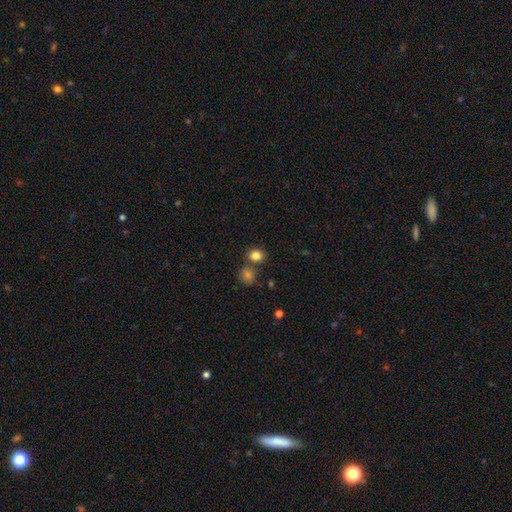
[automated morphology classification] This appears to be a smooth galaxy with no disk features (84%) that is round (60%). Merging: none (66%).